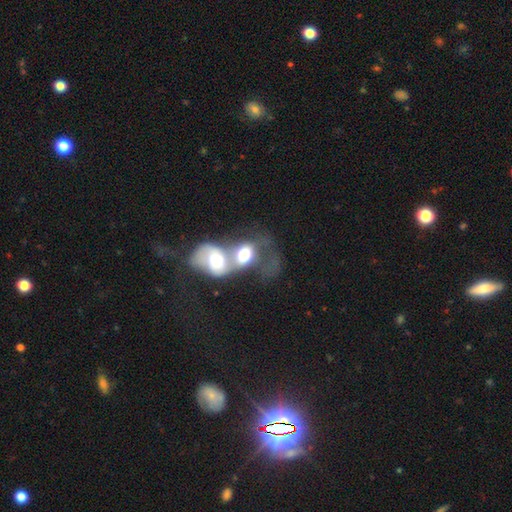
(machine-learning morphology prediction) A featured or disk galaxy (54%) with no bar (71%), spiral arms (55%) and a moderate central bulge (52%). Merging: merger (80%).